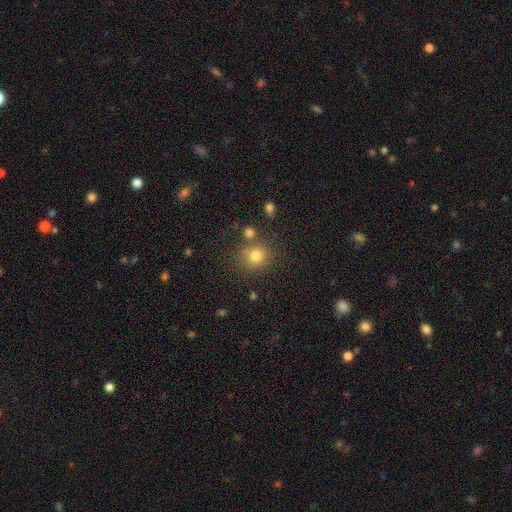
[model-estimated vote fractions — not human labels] This is likely a smooth galaxy (78%). How rounded: clearly round (87%). Merging: likely none (73%).